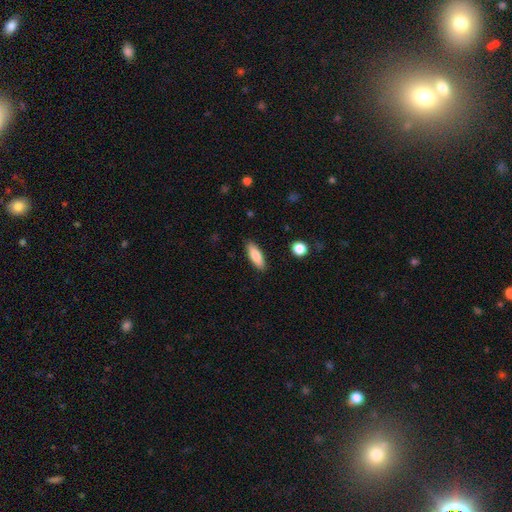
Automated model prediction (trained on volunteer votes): The model was most divided on "how rounded": in between: 61%, cigar-shaped: 37%, round: 2%. More confident: merging — none (88%); smooth or featured — smooth (83%).